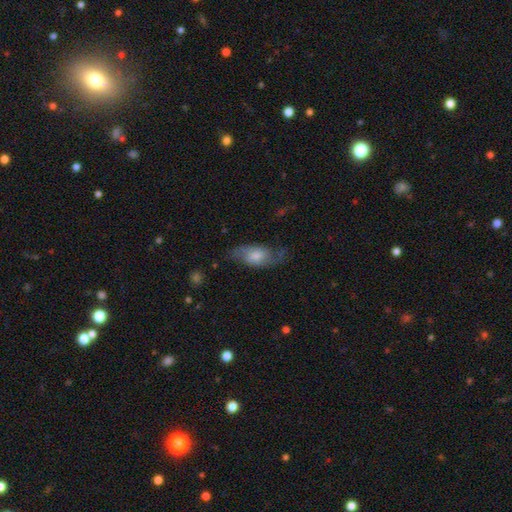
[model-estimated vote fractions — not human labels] A featured or disk galaxy (52%).

Vote fractions:
- Smooth or featured? featured or disk: 52% / smooth: 41% / star or artifact: 7%
- Edge-on disk? no: 90% / yes: 10%
- Merging? none: 62% / minor disturbance: 23% / major disturbance: 13% / merger: 2%